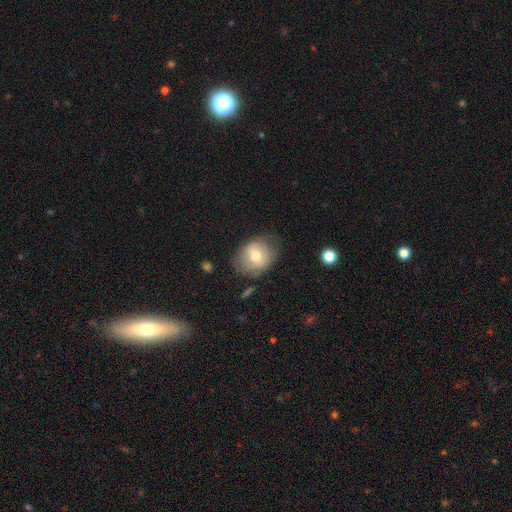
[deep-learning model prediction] A smooth galaxy with no disk features (65%) that is round (52%).

Vote fractions:
- Smooth or featured? smooth: 65% / featured or disk: 27% / star or artifact: 8%
- How rounded? round: 52% / in between: 47% / cigar-shaped: 1%
- Merging? none: 66% / minor disturbance: 24% / major disturbance: 8% / merger: 2%